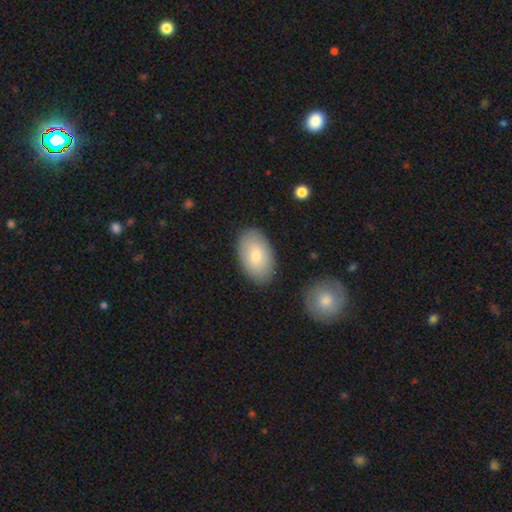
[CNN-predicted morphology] A smooth galaxy with no disk features (78%) that is in between round and cigar-shaped (94%).

Vote fractions:
- Smooth or featured? smooth: 78% / featured or disk: 16% / star or artifact: 6%
- How rounded? in between: 94% / round: 5% / cigar-shaped: 1%
- Merging? none: 86% / minor disturbance: 10% / merger: 2% / major disturbance: 2%